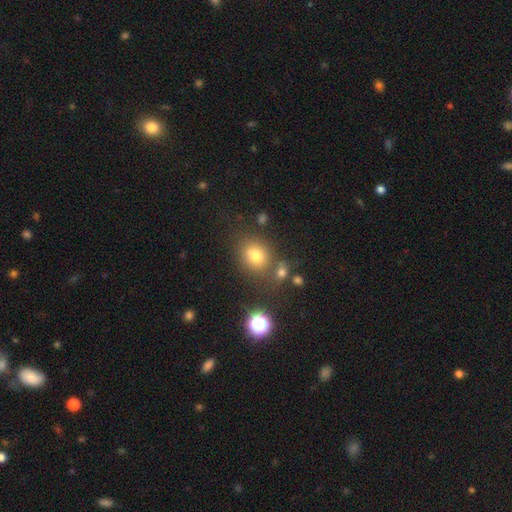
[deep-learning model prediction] A smooth galaxy with no disk features (74%) that is round (65%). Merging: none (67%).